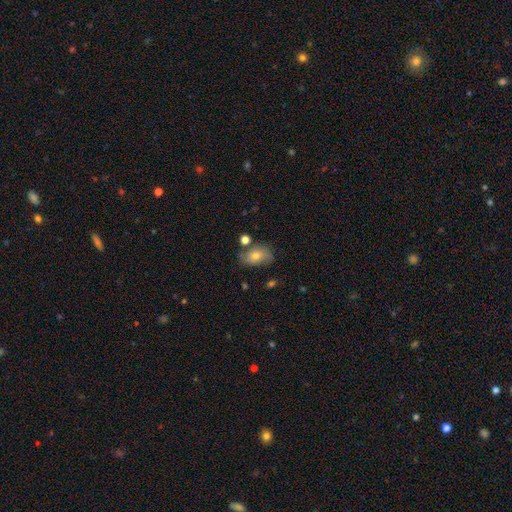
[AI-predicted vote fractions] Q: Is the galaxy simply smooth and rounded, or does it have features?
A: smooth — 63%.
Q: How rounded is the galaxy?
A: in between — 81%.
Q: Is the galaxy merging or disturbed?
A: none — 65%.